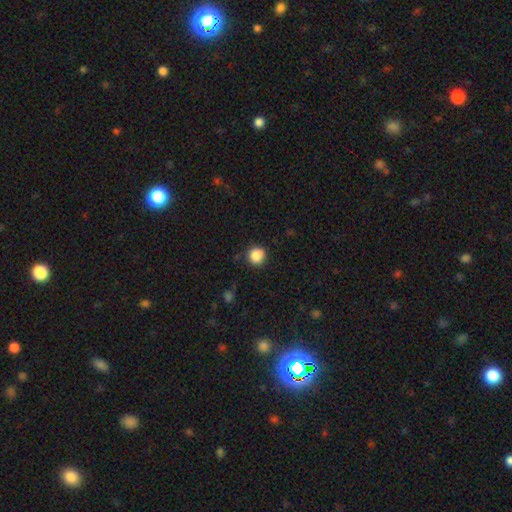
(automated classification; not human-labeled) Smooth or featured: smooth — 86% (star or artifact — 10%)
How rounded: round — 89% (in between — 10%)
Merging: none — 83% (minor disturbance — 13%)